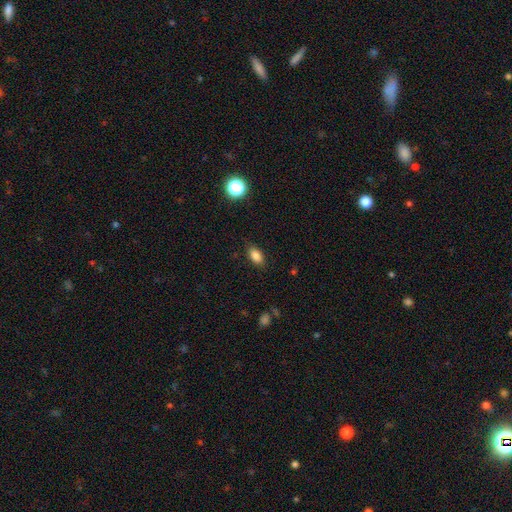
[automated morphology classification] smooth_or_featured: smooth (p=0.85) [alt: star or artifact p=0.10]
how_rounded: in between (p=0.89) [alt: round p=0.07]
merging: none (p=0.86) [alt: minor disturbance p=0.11]